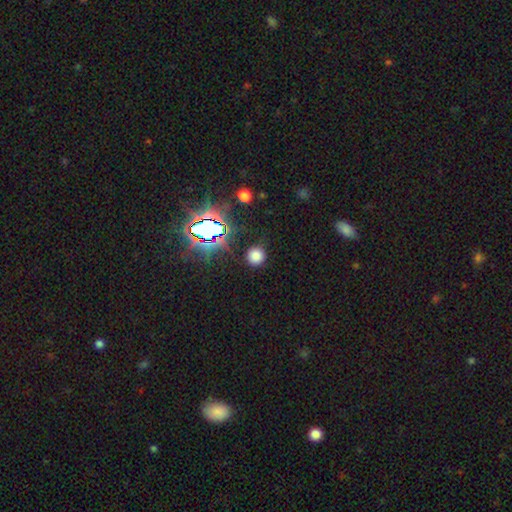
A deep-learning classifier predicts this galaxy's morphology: The model was most divided on "smooth or featured": smooth: 72%, star or artifact: 22%, featured or disk: 6%. More confident: how rounded — round (93%); merging — none (86%).